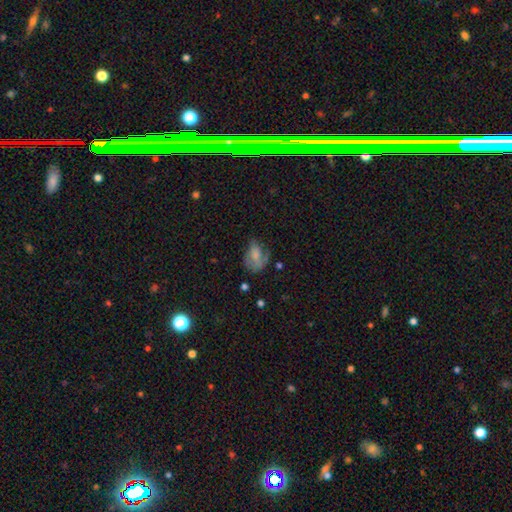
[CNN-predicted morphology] This appears to be a smooth galaxy with no disk features (53%) that is in between round and cigar-shaped (74%). Merging: none (36%).